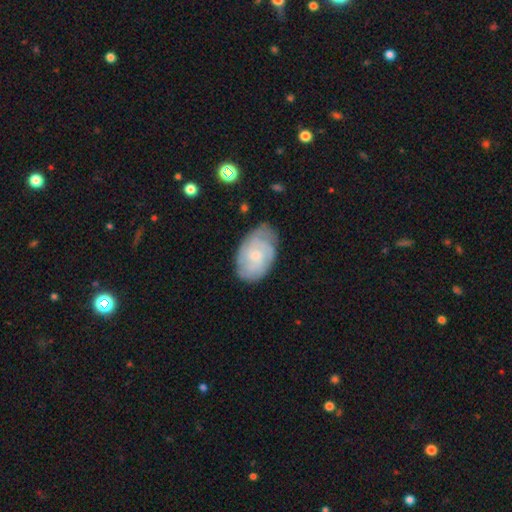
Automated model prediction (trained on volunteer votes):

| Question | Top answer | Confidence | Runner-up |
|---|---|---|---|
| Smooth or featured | featured or disk | 60% | smooth (34%) |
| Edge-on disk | no | 96% | yes (4%) |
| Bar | no | 75% | weak (22%) |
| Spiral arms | yes | 86% | no (14%) |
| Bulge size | small | 58% | moderate (35%) |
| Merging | none | 70% | minor disturbance (23%) |